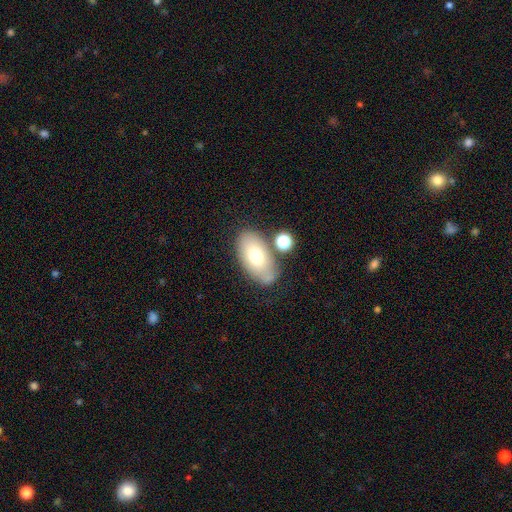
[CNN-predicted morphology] type=smooth (69%); roundness=in between (93%); merging=none (67%).